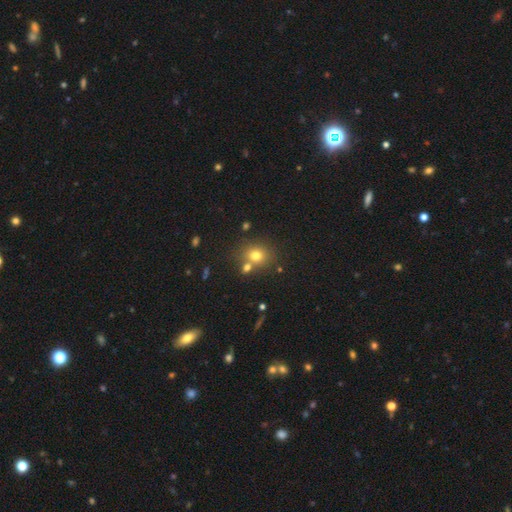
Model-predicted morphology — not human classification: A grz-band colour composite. It shows a smooth galaxy with no disk features (73%) that is round (71%). Merging: none (65%).